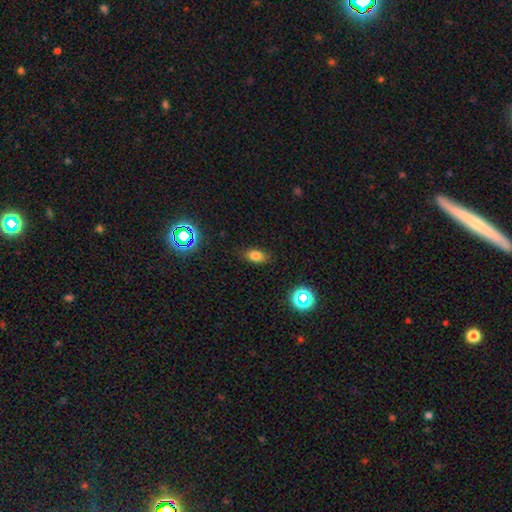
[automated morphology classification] type=smooth (76%); roundness=in between (84%); merging=none (85%).